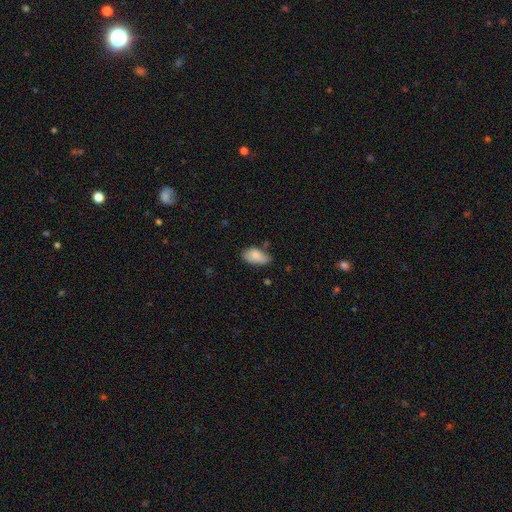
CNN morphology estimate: Q: Smooth or featured?
A: smooth (80%); runner-up: featured or disk (13%)
Q: How rounded?
A: in between (93%); runner-up: cigar-shaped (4%)
Q: Merging?
A: none (56%); runner-up: minor disturbance (34%)